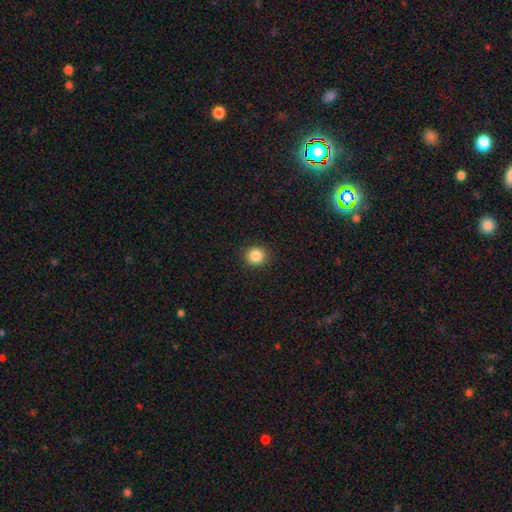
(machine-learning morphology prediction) Overall: smooth (86%). How rounded: round (90%). Merging: none (92%).